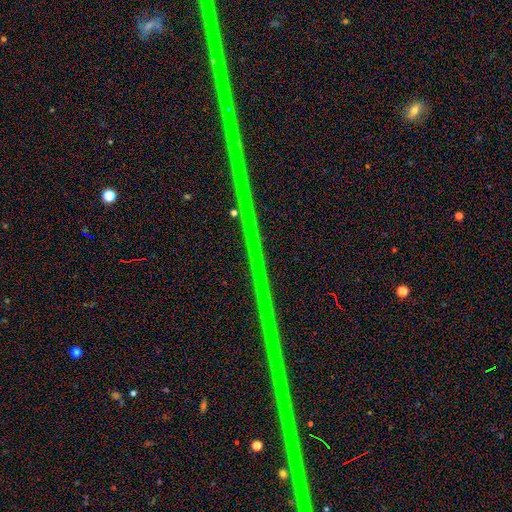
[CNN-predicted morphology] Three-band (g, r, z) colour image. It shows a star or artifact, not a galaxy (89%).